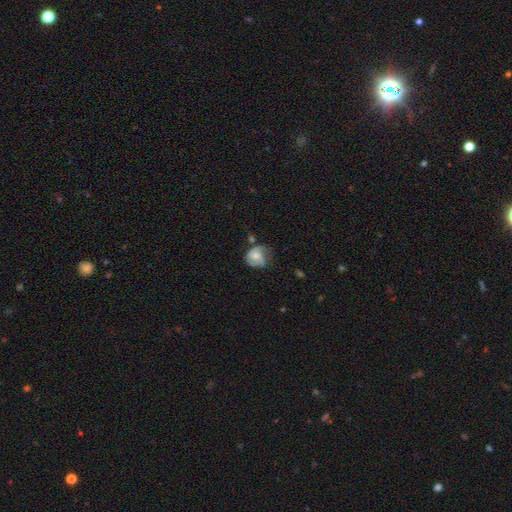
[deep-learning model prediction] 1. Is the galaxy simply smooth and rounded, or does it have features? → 57% featured or disk, 35% smooth, 8% star or artifact.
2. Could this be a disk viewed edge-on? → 97% no, 3% yes.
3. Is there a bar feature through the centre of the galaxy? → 61% no, 33% weak, 7% strong.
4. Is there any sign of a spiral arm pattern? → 83% yes, 17% no.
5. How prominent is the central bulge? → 44% moderate, 34% small, 12% none, 8% large, 2% dominant.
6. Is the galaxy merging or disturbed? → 41% none, 30% minor disturbance, 22% major disturbance, 7% merger.